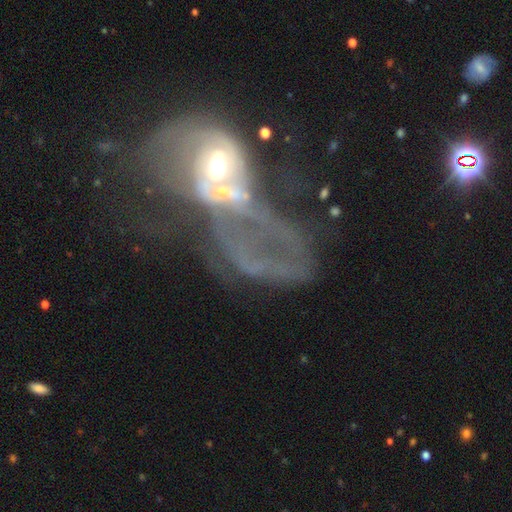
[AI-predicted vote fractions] Overall: featured or disk (68%). Edge-on disk: no (95%). Bar: no (64%). Spiral arms: no (56%; yes 44%). Bulge size: moderate (60%; small 23%). Merging: merger (53%; major disturbance 36%).